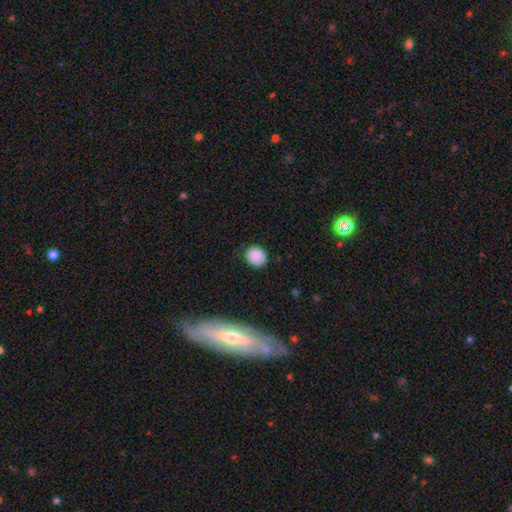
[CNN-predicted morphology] The model was most divided on "how rounded": round: 81%, in between: 18%, cigar-shaped: 1%. More confident: smooth or featured — smooth (84%); merging — none (80%).